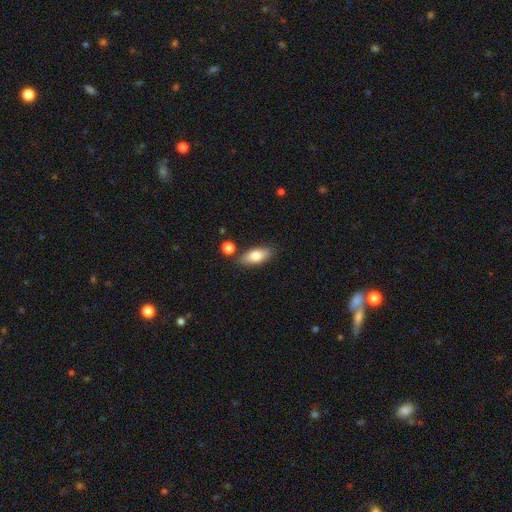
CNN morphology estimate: A smooth galaxy with no disk features (76%) that is in between round and cigar-shaped (79%). Merging: none (80%).